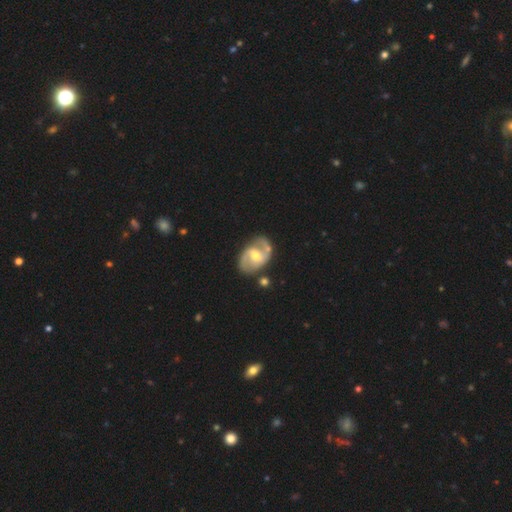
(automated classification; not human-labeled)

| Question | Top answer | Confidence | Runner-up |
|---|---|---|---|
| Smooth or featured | featured or disk | 87% | smooth (9%) |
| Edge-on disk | no | 98% | yes (2%) |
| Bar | weak | 51% | no (30%) |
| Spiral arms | yes | 95% | no (5%) |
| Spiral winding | medium | 55% | loose (24%) |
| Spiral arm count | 2 | 91% | can't tell (3%) |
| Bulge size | moderate | 62% | small (32%) |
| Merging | none | 73% | minor disturbance (16%) |